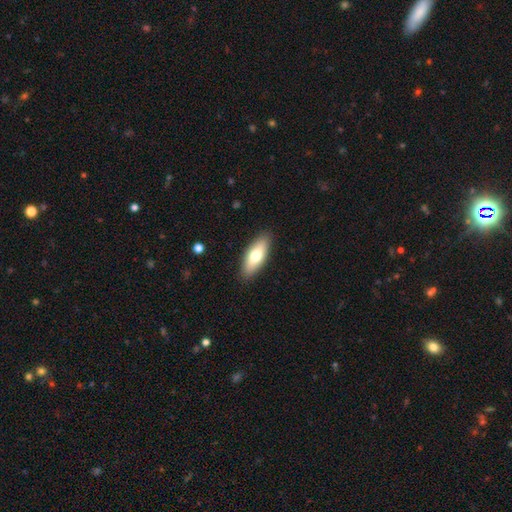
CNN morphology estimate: Smooth or featured: smooth — 69% (featured or disk — 25%)
How rounded: in between — 73% (cigar-shaped — 25%)
Merging: none — 89% (minor disturbance — 8%)